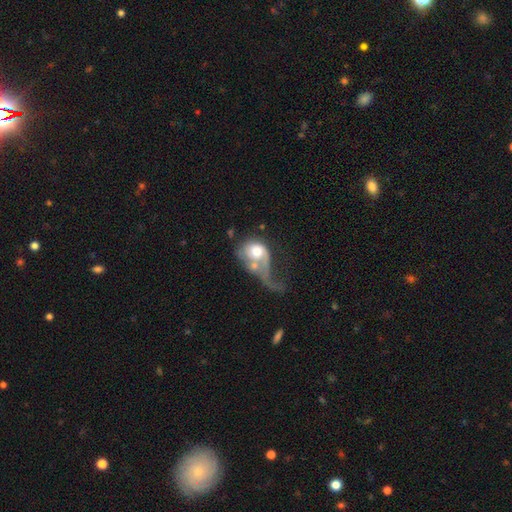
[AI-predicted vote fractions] Smooth or featured?
  - smooth: 46% * (tied)
  - featured or disk: 46% * (tied)
  - star or artifact: 8%
Merging?
  - major disturbance: 51% *
  - merger: 28%
  - none: 12%
  - minor disturbance: 10%